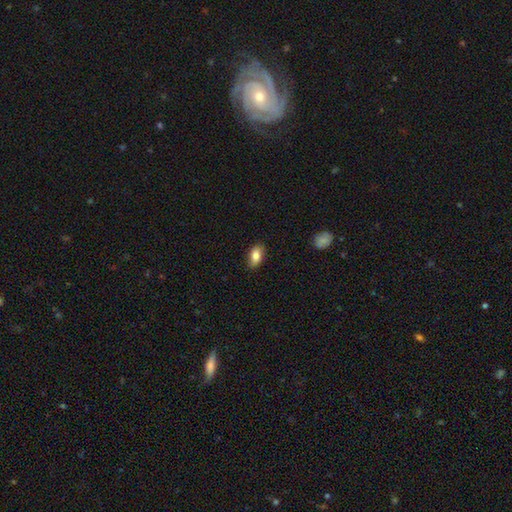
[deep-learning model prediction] Q: Smooth or featured?
A: smooth (83%); runner-up: featured or disk (10%)
Q: How rounded?
A: in between (91%); runner-up: round (6%)
Q: Merging?
A: none (86%); runner-up: minor disturbance (11%)